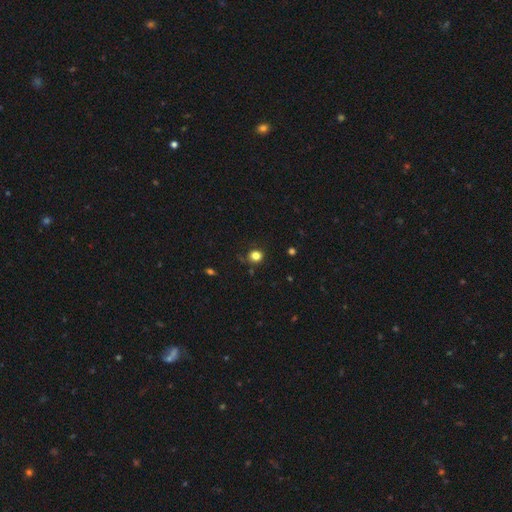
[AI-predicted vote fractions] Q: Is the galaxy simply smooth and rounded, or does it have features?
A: smooth — 82%.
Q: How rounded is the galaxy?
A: round — 81%.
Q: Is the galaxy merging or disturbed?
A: none — 79%.